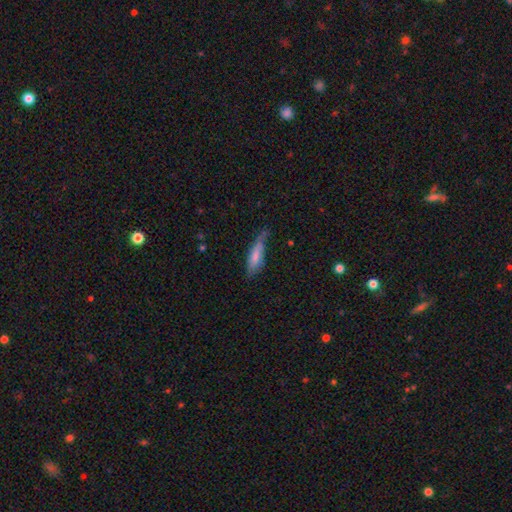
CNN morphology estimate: This appears to be a smooth galaxy with no disk features (71%) that is cigar-shaped (53%). Merging: none (44%).